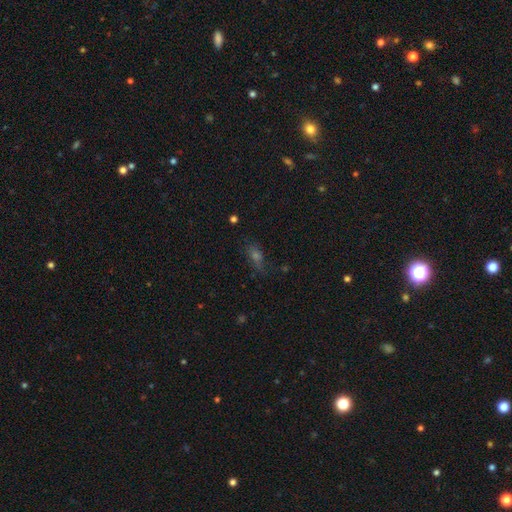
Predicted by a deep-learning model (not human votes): The model was most divided on "smooth or featured": smooth: 42%, star or artifact: 34%, featured or disk: 24%. More confident: merging — none (65%).